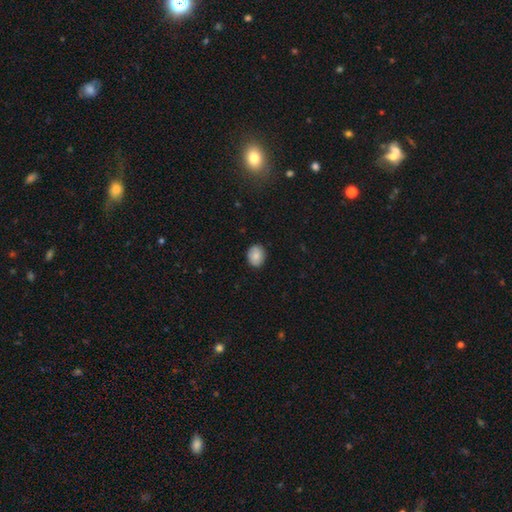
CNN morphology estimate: smooth_or_featured: smooth (p=0.81) [alt: featured or disk p=0.11]
how_rounded: round (p=0.56) [alt: in between p=0.44]
merging: none (p=0.86) [alt: minor disturbance p=0.11]